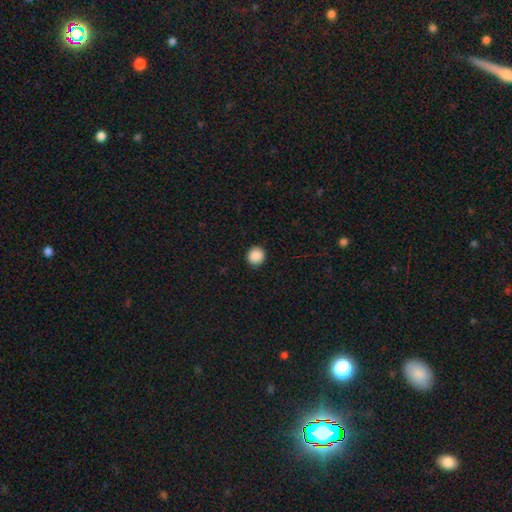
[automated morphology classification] smooth_or_featured: smooth (p=0.89) [alt: star or artifact p=0.09]
how_rounded: round (p=0.90) [alt: in between p=0.09]
merging: none (p=0.92) [alt: minor disturbance p=0.06]